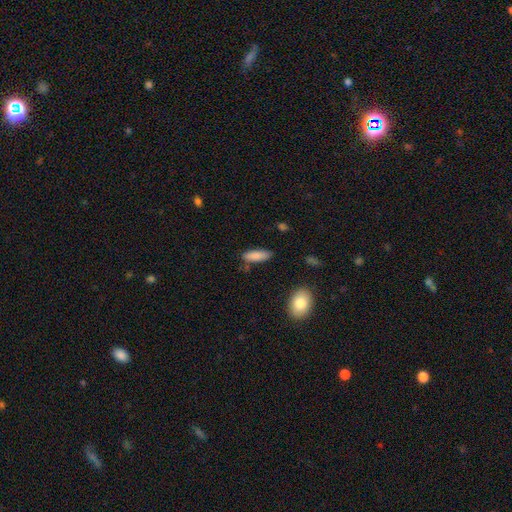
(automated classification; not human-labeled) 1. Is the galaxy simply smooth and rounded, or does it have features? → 86% smooth, 8% featured or disk, 7% star or artifact.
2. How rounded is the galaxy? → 57% in between, 41% cigar-shaped, 2% round.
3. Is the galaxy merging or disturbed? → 80% none, 14% minor disturbance, 3% merger, 3% major disturbance.